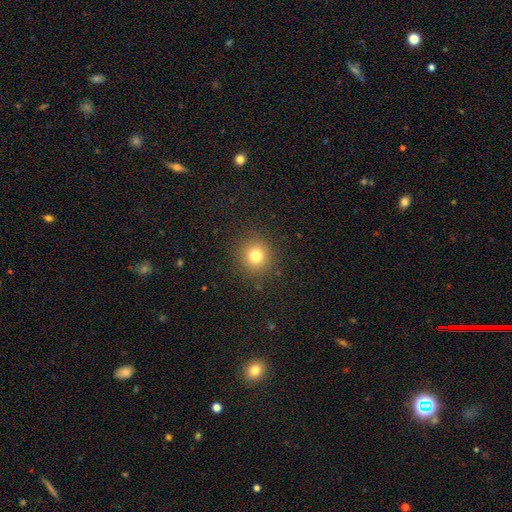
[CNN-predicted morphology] The model was most divided on "smooth or featured": smooth: 78%, star or artifact: 15%, featured or disk: 7%. More confident: how rounded — round (91%); merging — none (89%).